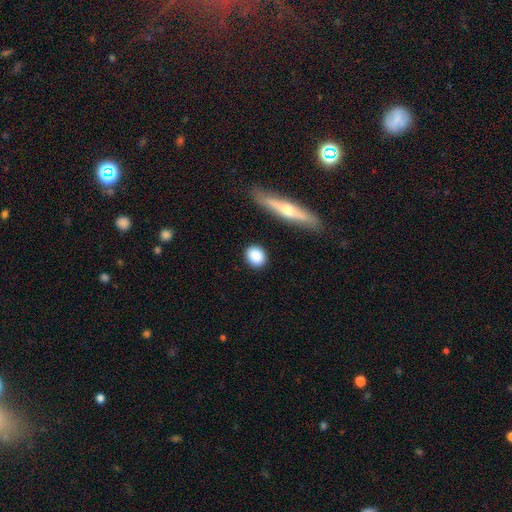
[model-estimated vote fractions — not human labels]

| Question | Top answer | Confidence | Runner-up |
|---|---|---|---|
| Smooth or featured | smooth | 86% | featured or disk (7%) |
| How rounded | round | 68% | in between (28%) |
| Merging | none | 86% | minor disturbance (9%) |